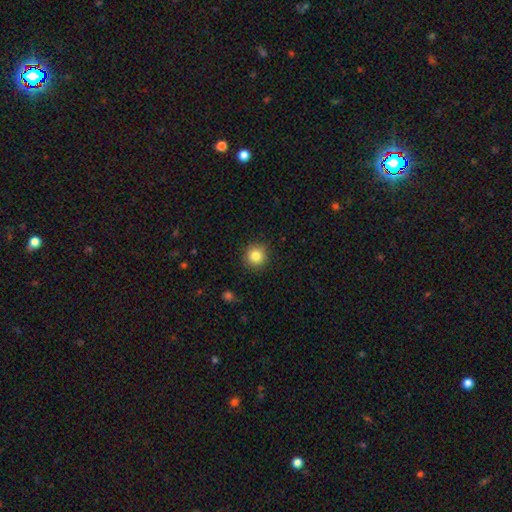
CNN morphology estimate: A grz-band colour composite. It shows a smooth galaxy with no disk features (84%) that is round (93%). Merging: none (89%).